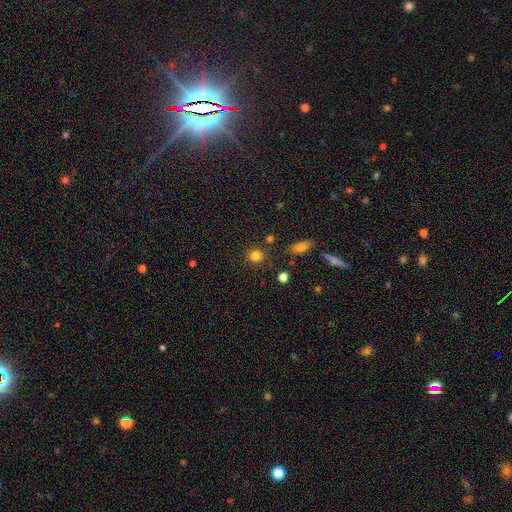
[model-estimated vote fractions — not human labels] Smooth or featured?
  - smooth: 82% *
  - star or artifact: 13%
  - featured or disk: 6%
How rounded?
  - round: 89% *
  - in between: 10%
  - cigar-shaped: 1%
Merging?
  - none: 83% *
  - minor disturbance: 9%
  - merger: 5%
  - major disturbance: 3%